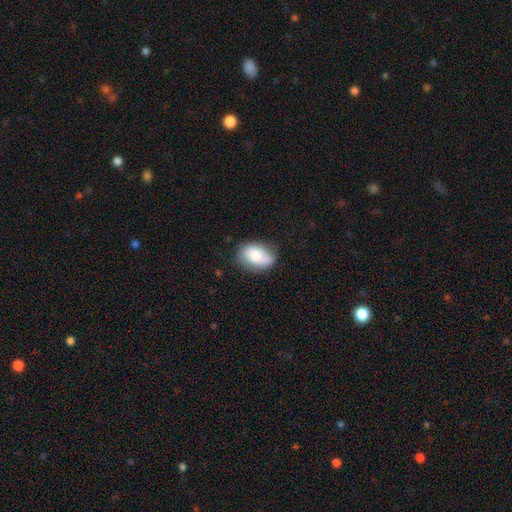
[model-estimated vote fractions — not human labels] This appears to be a smooth galaxy with no disk features (71%) that is in between round and cigar-shaped (81%). Merging: none (63%).